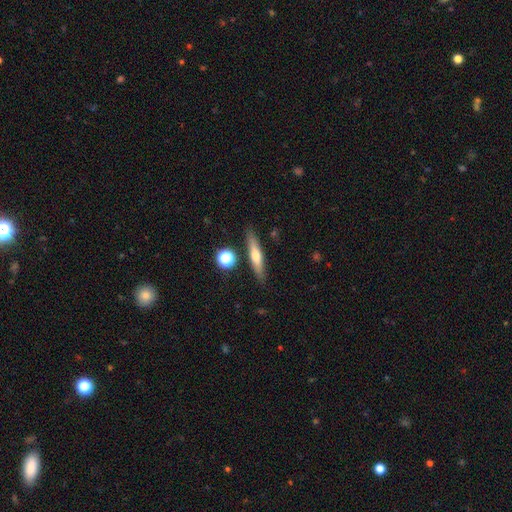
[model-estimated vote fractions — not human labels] smooth 50%, featured or disk 43%, star or artifact 8%. Down the decision tree: merging — none (86%).